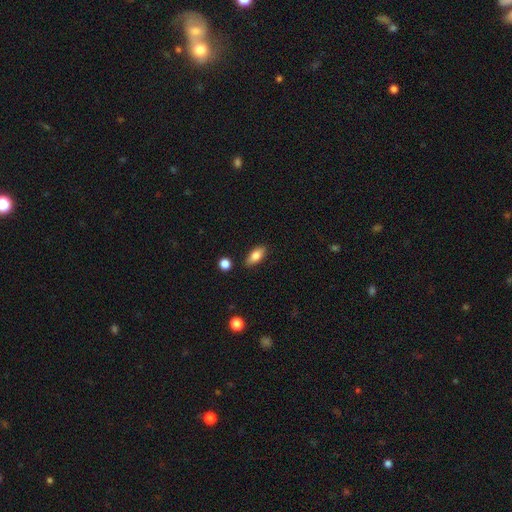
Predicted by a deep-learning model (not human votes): A smooth galaxy with no disk features (80%) that is in between round and cigar-shaped (84%).

Vote fractions:
- Smooth or featured? smooth: 80% / featured or disk: 13% / star or artifact: 7%
- How rounded? in between: 84% / cigar-shaped: 12% / round: 4%
- Merging? none: 86% / minor disturbance: 10% / merger: 2% / major disturbance: 2%